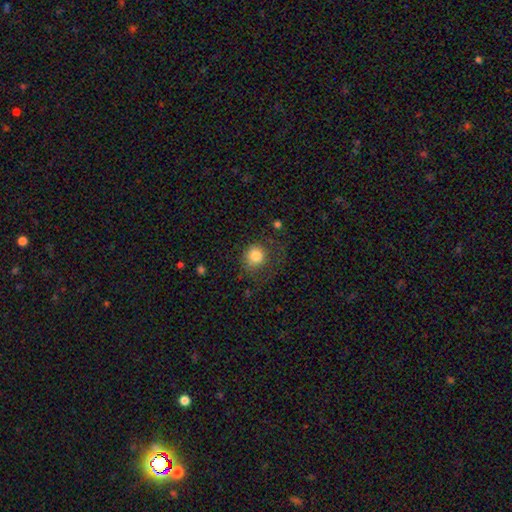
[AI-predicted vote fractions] Overall: smooth (82%). How rounded: round (85%). Merging: none (63%).